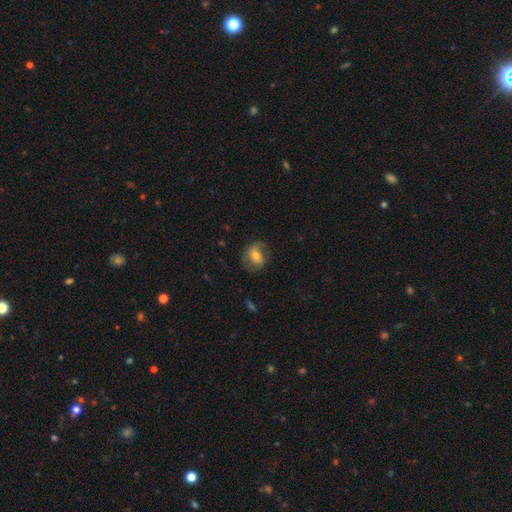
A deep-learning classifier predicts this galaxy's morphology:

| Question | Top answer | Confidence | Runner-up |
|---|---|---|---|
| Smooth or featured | smooth | 52% | featured or disk (40%) |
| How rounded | round | 50% | in between (49%) |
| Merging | none | 66% | minor disturbance (21%) |